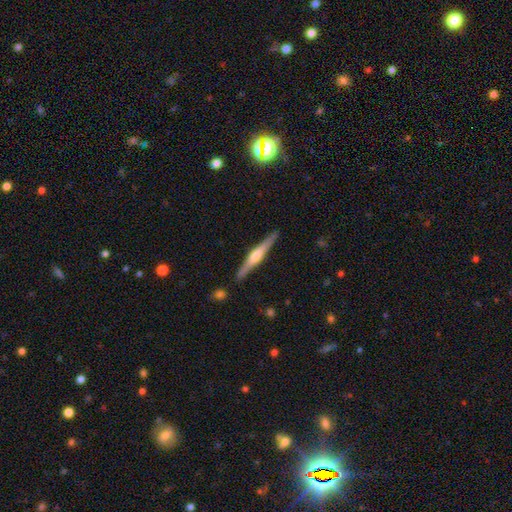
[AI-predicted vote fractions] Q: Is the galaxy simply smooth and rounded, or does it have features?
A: featured or disk — 71%.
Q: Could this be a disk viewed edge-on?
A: yes — 98%.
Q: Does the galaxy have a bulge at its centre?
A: rounded — 82%.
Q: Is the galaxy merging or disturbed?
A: none — 90%.